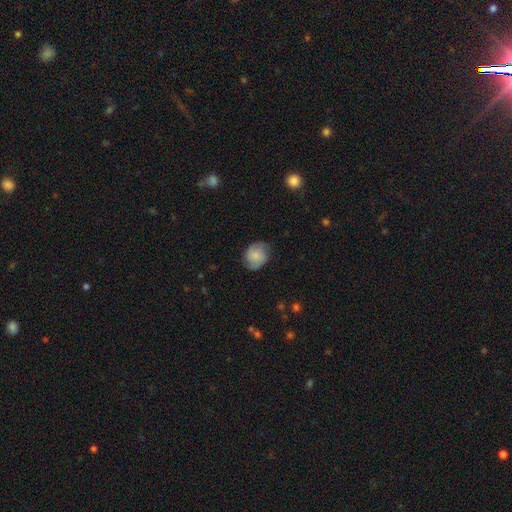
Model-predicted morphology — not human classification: smooth-or-featured: smooth: 53% | featured or disk: 39% | star or artifact: 8%
  how-rounded: round: 63% | in between: 36% | cigar-shaped: 1%
  merging: none: 74% | minor disturbance: 20% | major disturbance: 6% | merger: 1%